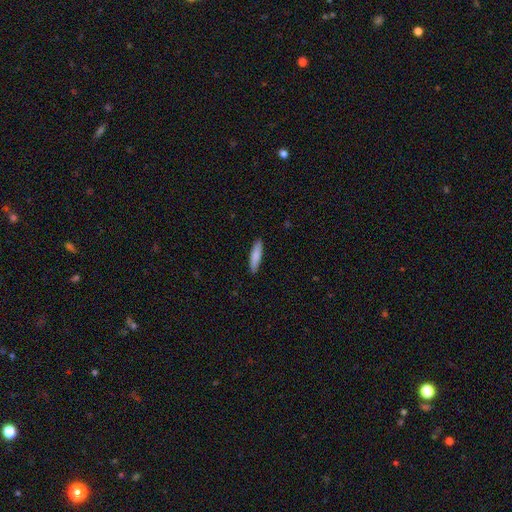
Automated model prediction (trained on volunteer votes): Smooth or featured: smooth — 83% (featured or disk — 12%)
How rounded: cigar-shaped — 77% (in between — 22%)
Merging: none — 90% (minor disturbance — 7%)